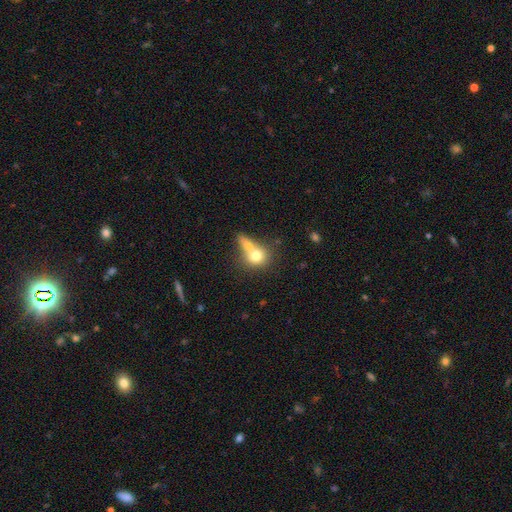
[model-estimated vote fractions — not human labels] Morphology: type=smooth (72%); roundness=round (69%); merging=merger (58%).